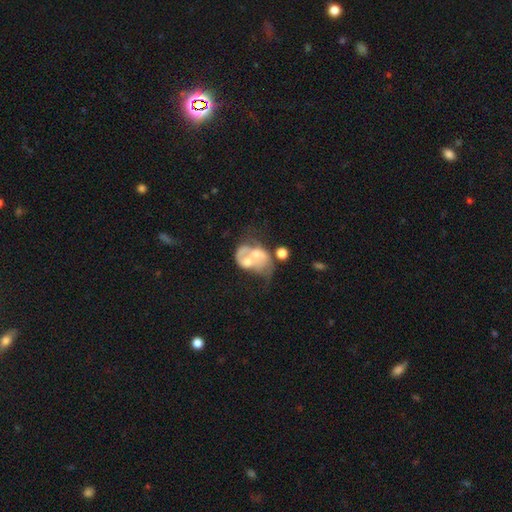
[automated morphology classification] Smooth or featured? featured or disk (58%)
Edge-on disk? no (97%)
Bar? no (83%)
Spiral arms? no (68%)
Bulge size? moderate (50%)
Merging? merger (59%)